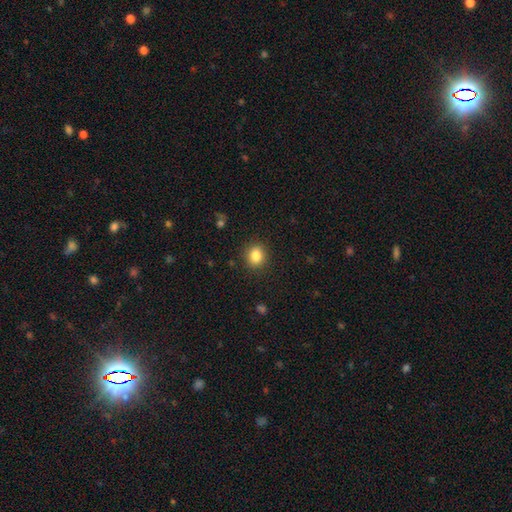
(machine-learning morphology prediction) A smooth galaxy with no disk features (84%) that is round (73%). Merging: none (89%).